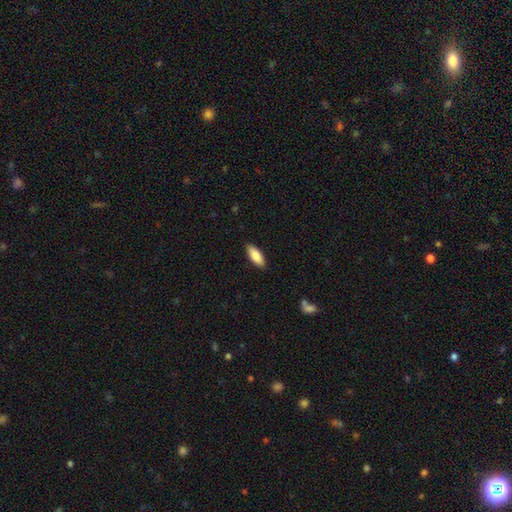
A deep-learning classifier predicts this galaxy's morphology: Smooth or featured? Predicted: smooth (p=0.85). How rounded? Predicted: in between (p=0.74). Merging? Predicted: none (p=0.89).